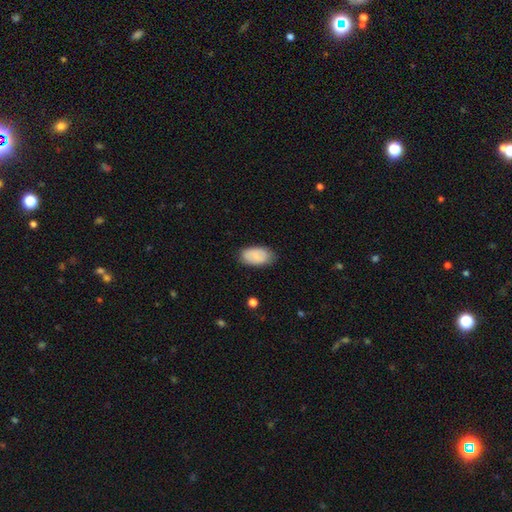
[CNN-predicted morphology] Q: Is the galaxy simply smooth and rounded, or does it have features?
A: smooth — 84%.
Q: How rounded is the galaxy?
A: in between — 94%.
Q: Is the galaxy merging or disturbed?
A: none — 81%.